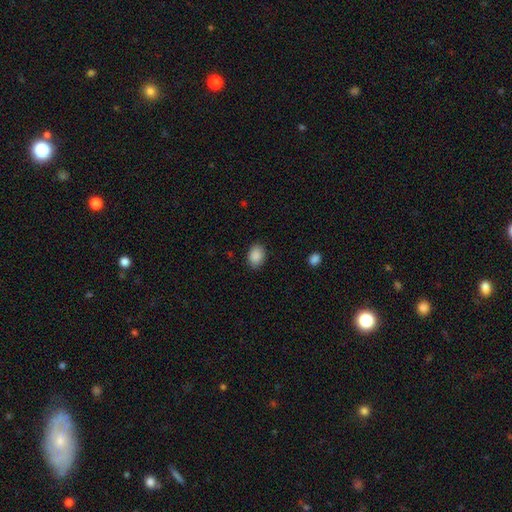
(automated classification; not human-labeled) A smooth galaxy with no disk features (89%) that is in between round and cigar-shaped (68%).

Vote fractions:
- Smooth or featured? smooth: 89% / star or artifact: 8% / featured or disk: 3%
- How rounded? in between: 68% / round: 31% / cigar-shaped: 1%
- Merging? none: 86% / minor disturbance: 10% / major disturbance: 3% / merger: 1%